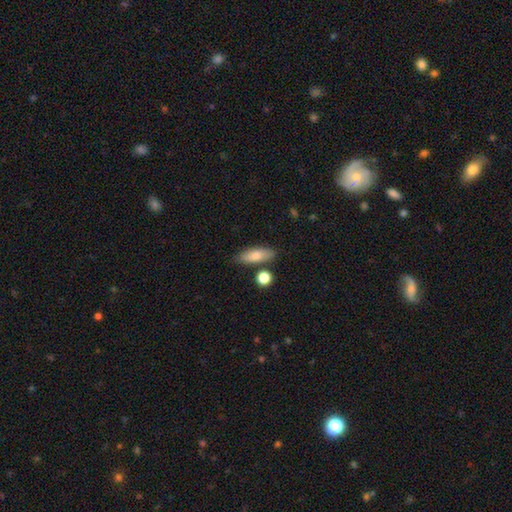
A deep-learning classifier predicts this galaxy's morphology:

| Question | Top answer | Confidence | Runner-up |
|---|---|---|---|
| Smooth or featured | smooth | 78% | featured or disk (15%) |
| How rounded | in between | 64% | cigar-shaped (32%) |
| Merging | none | 77% | minor disturbance (13%) |